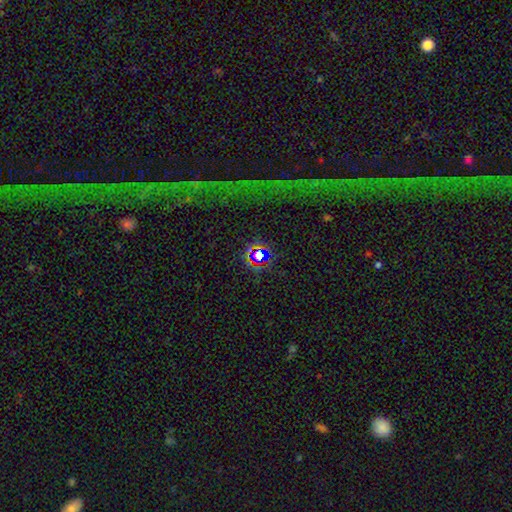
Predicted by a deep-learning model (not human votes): Smooth or featured: star or artifact — 75% (smooth — 15%)